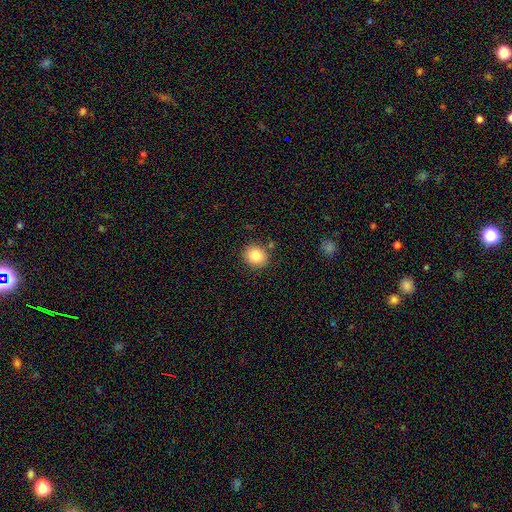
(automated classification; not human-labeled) This appears to be a smooth galaxy with no disk features (85%) that is round (79%). Merging: none (84%).